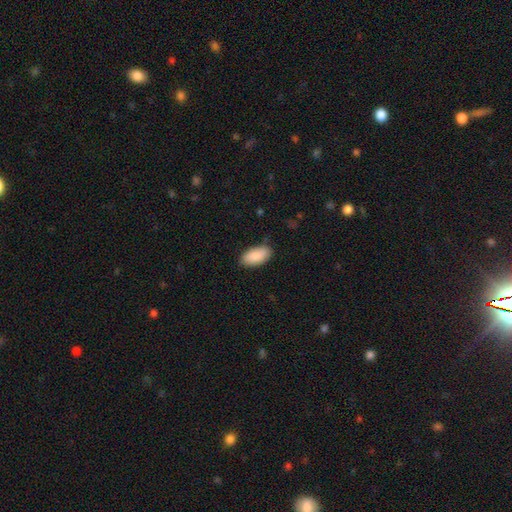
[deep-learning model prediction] The model was most divided on "merging": none: 85%, minor disturbance: 12%, major disturbance: 2%, merger: 1%. More confident: how rounded — in between (94%); smooth or featured — smooth (89%).